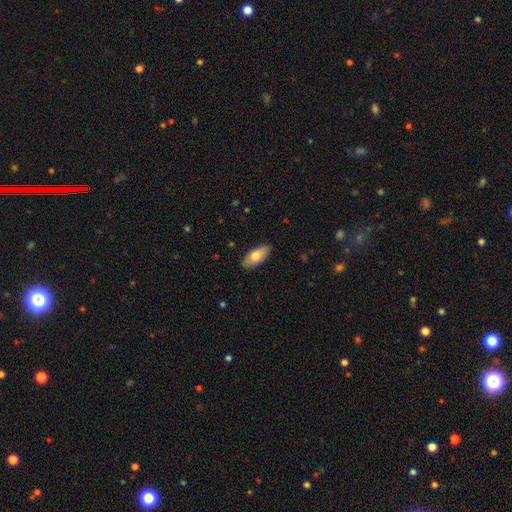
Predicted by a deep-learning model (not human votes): A smooth galaxy with no disk features (76%) that is in between round and cigar-shaped (87%).

Vote fractions:
- Smooth or featured? smooth: 76% / featured or disk: 18% / star or artifact: 6%
- How rounded? in between: 87% / cigar-shaped: 11% / round: 2%
- Merging? none: 88% / minor disturbance: 9% / major disturbance: 2% / merger: 1%